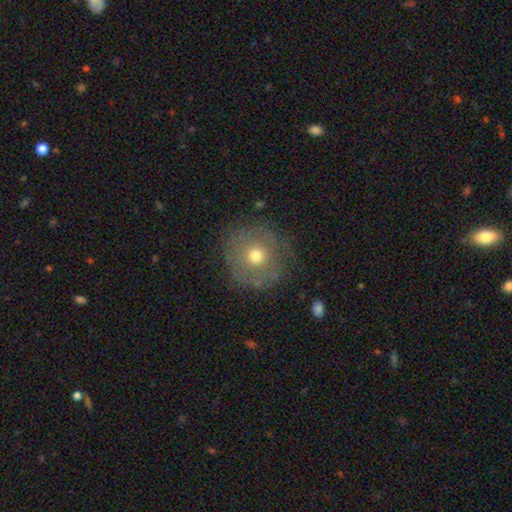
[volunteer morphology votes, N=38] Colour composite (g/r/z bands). It shows a smooth galaxy with no disk features (55%) that is round (95%). Merging: none (83%).